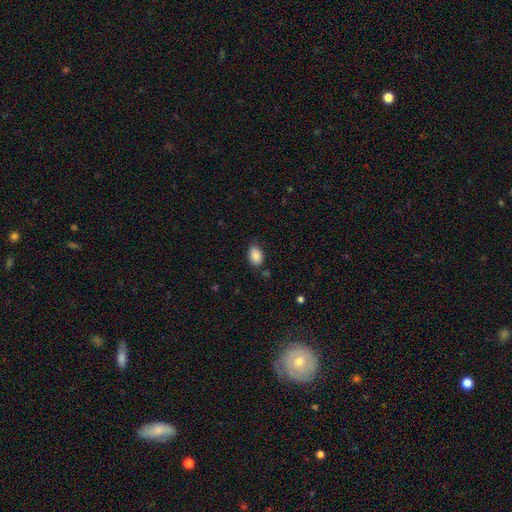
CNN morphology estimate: smooth 88%, star or artifact 8%, featured or disk 5%. Down the decision tree: how rounded — in between (87%); merging — none (73%).